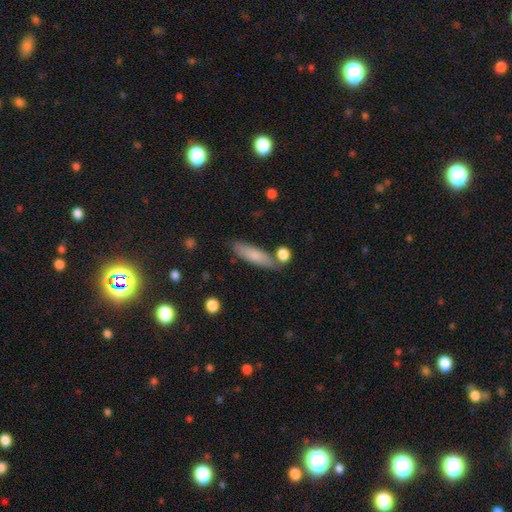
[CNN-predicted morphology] smooth-or-featured: smooth: 78% | featured or disk: 16% | star or artifact: 6%
  how-rounded: cigar-shaped: 61% | in between: 37% | round: 2%
  merging: none: 72% | minor disturbance: 14% | merger: 10% | major disturbance: 4%